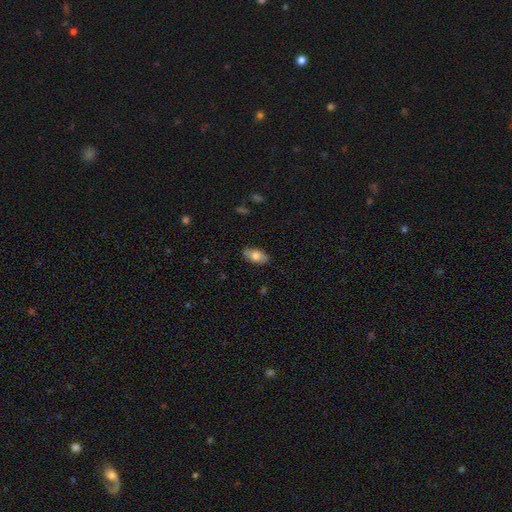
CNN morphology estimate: Smooth or featured? smooth (74%)
How rounded? in between (91%)
Merging? none (83%)